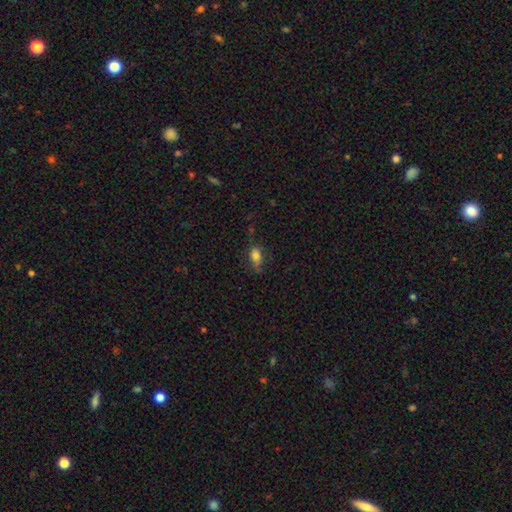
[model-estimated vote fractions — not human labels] Smooth or featured? Predicted: smooth (p=0.78). How rounded? Predicted: in between (p=0.83). Merging? Predicted: none (p=0.60).